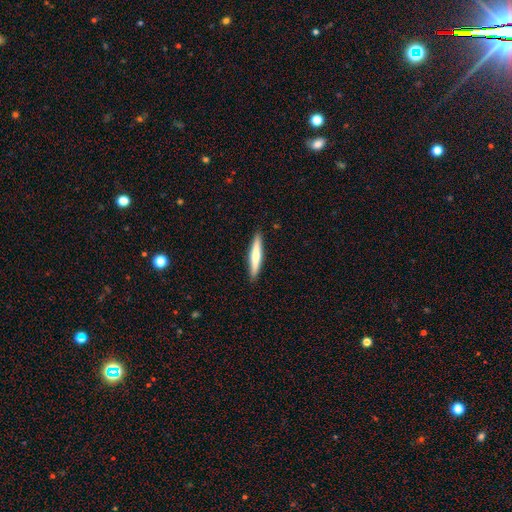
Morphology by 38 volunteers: Smooth or featured?
  - smooth: 55% *
  - featured or disk: 45%
  - star or artifact: 0%
How rounded?
  - cigar-shaped: 100% *
  - round: 0%
  - in between: 0%
Merging?
  - none: 95% *
  - minor disturbance: 3%
  - major disturbance: 3%
  - merger: 0%